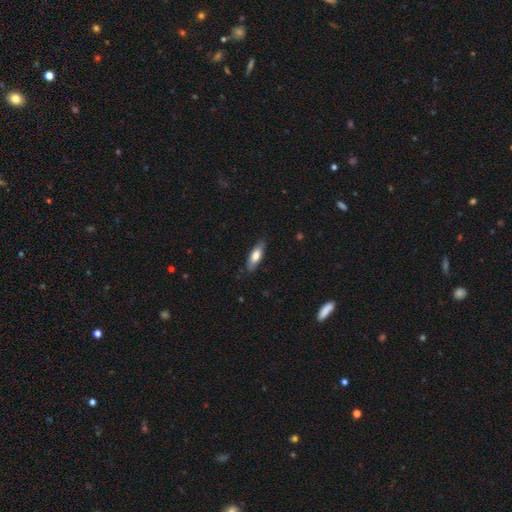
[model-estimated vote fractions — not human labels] smooth-or-featured: smooth: 72% | featured or disk: 22% | star or artifact: 6%
  how-rounded: in between: 59% | cigar-shaped: 39% | round: 2%
  merging: none: 82% | minor disturbance: 14% | major disturbance: 3% | merger: 1%